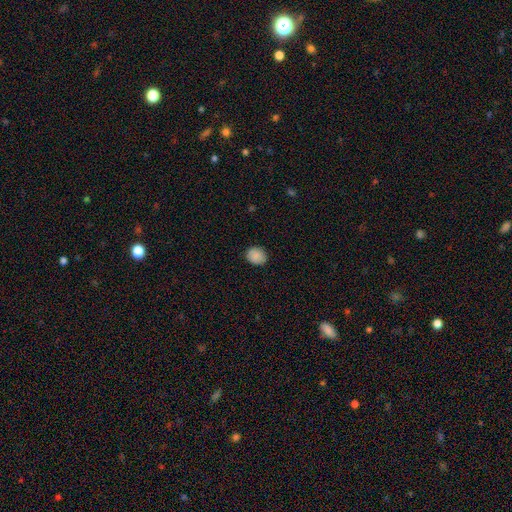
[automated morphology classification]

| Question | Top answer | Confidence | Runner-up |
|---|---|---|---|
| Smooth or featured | smooth | 88% | star or artifact (8%) |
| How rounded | round | 60% | in between (39%) |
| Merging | none | 85% | minor disturbance (12%) |